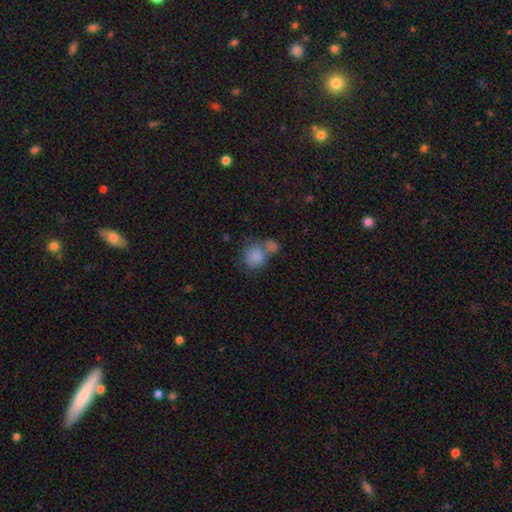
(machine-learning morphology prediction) The model was most divided on "merging": merger: 50%, none: 32%, minor disturbance: 11%, major disturbance: 7%. More confident: smooth or featured — smooth (83%); how rounded — round (74%).